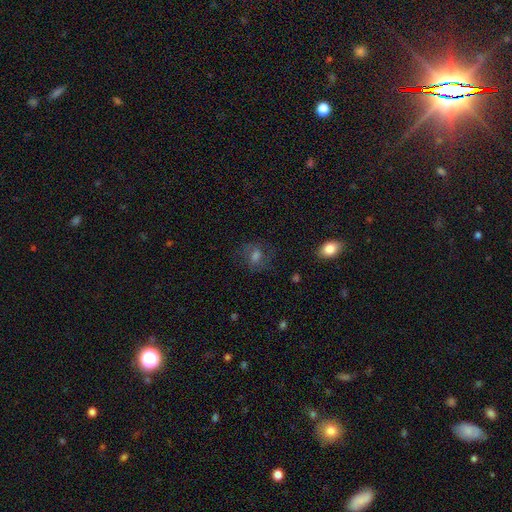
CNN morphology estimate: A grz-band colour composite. It shows a smooth galaxy with no disk features (46%). Merging: none (72%).